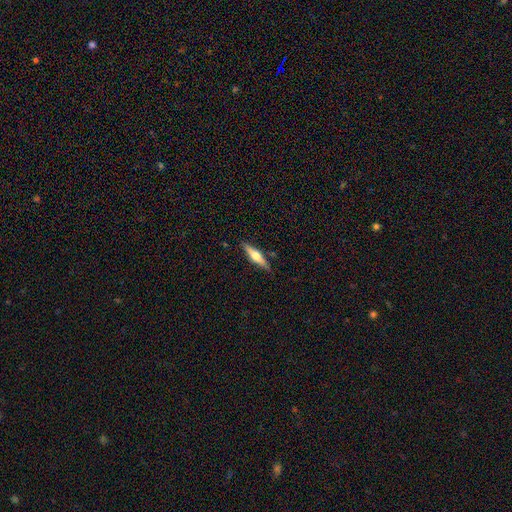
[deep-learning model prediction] This is likely a featured or disk galaxy (62%). It is clearly viewed edge-on (97%). Edge-on bulge: clearly rounded (92%). Merging: clearly none (87%).